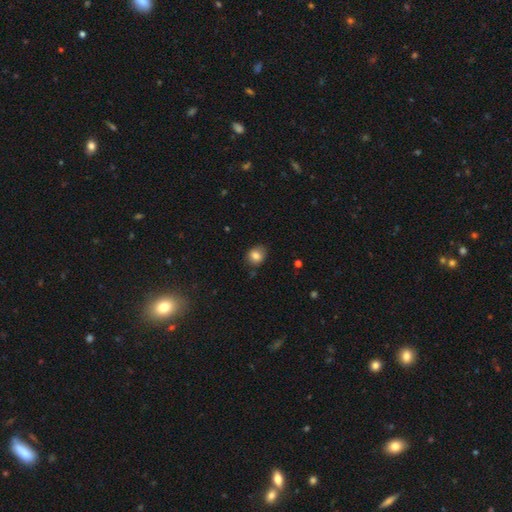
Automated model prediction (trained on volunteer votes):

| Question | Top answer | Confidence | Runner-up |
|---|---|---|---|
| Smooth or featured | smooth | 81% | star or artifact (10%) |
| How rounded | round | 64% | in between (35%) |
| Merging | none | 77% | minor disturbance (18%) |